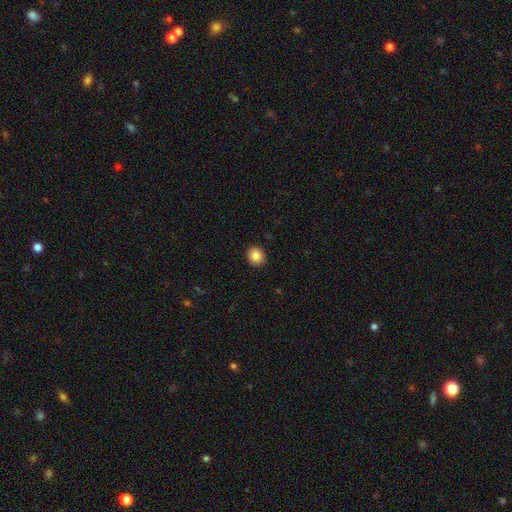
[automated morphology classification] smooth 86%, star or artifact 9%, featured or disk 4%. Down the decision tree: how rounded — round (84%); merging — none (92%).